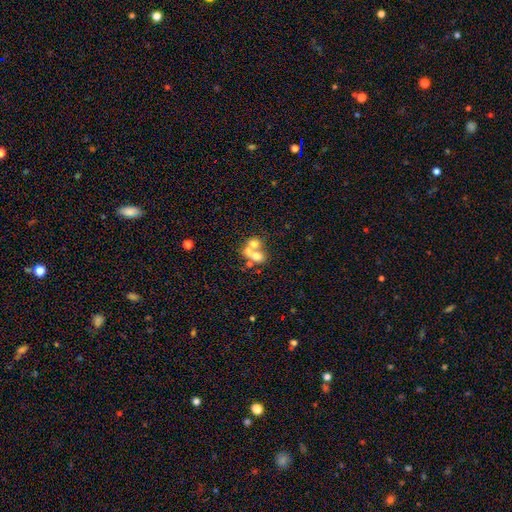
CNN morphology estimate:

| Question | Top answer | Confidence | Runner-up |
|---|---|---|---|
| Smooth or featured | smooth | 57% | featured or disk (30%) |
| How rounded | round | 57% | in between (42%) |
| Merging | merger | 65% | none (24%) |